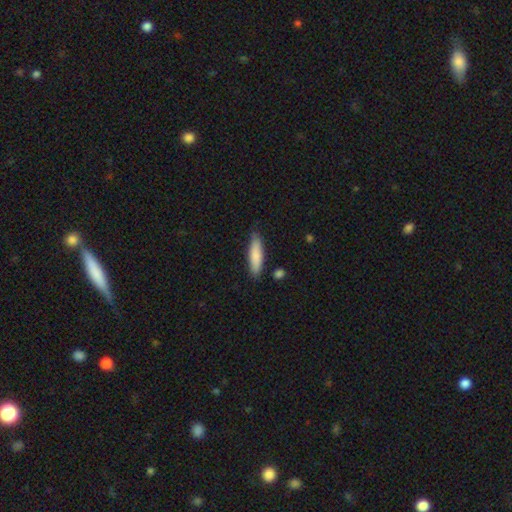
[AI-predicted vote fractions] This appears to be a smooth galaxy with no disk features (83%) that is cigar-shaped (71%). Merging: none (82%).